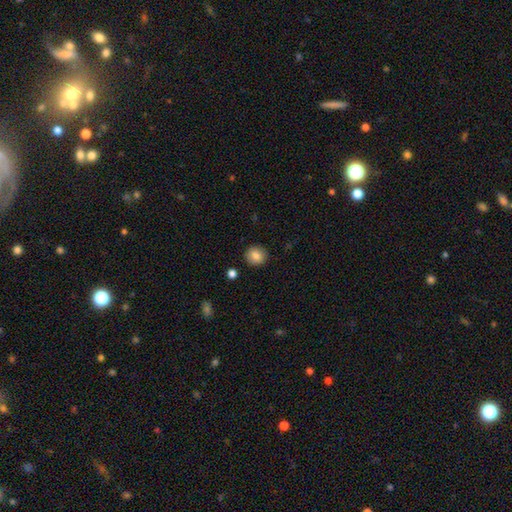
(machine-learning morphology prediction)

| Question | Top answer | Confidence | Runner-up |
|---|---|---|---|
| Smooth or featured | smooth | 84% | star or artifact (9%) |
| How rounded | round | 88% | in between (11%) |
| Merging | none | 90% | minor disturbance (6%) |